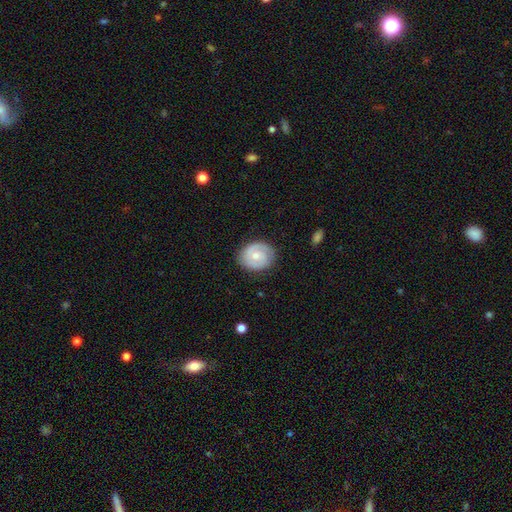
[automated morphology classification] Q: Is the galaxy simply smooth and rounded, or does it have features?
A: featured or disk — 59%.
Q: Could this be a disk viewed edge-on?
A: no — 97%.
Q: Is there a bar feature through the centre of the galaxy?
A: no — 63%.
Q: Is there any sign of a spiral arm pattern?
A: yes — 81%.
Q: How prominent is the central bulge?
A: moderate — 52%.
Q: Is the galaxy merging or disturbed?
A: none — 80%.